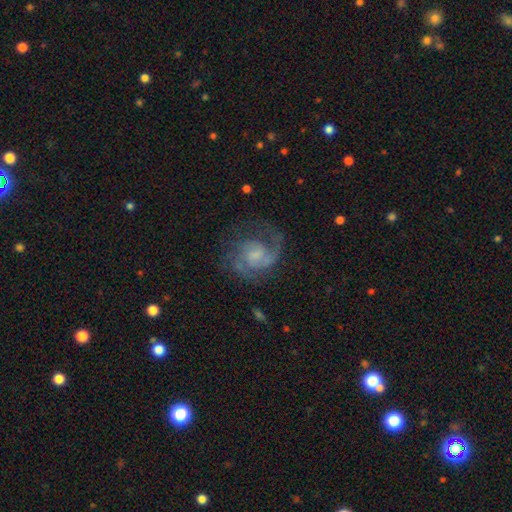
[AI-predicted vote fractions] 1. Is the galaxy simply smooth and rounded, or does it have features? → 80% featured or disk, 13% smooth, 7% star or artifact.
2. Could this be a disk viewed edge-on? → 98% no, 2% yes.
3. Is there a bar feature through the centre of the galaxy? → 57% no, 37% weak, 6% strong.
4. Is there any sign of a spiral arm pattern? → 94% yes, 6% no.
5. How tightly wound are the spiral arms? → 48% medium, 33% tight, 19% loose.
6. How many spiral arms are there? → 52% 2, 15% can't tell, 14% 1, 12% 3, 3% 4, 3% more than 4.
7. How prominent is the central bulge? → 34% small, 31% none, 25% moderate, 8% large, 2% dominant.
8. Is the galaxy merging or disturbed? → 63% none, 18% minor disturbance, 17% major disturbance, 2% merger.